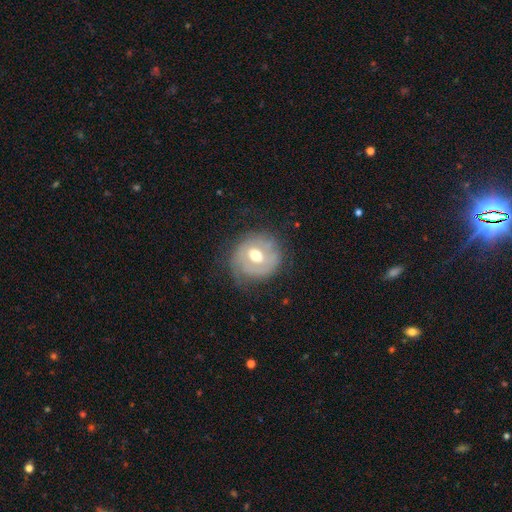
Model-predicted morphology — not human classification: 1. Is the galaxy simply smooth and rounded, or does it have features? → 60% featured or disk, 32% smooth, 7% star or artifact.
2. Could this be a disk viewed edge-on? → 95% no, 5% yes.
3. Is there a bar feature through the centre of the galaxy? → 44% no, 42% weak, 14% strong.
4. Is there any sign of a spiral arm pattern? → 58% yes, 42% no.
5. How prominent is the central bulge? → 76% moderate, 11% small, 11% large, 1% dominant, 1% none.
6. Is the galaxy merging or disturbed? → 65% none, 23% minor disturbance, 10% major disturbance, 1% merger.